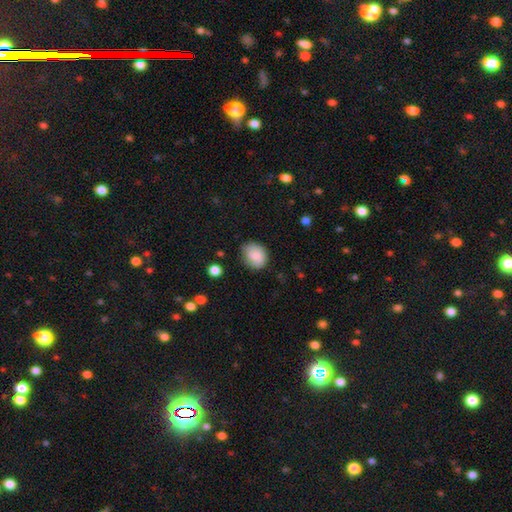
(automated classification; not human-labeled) Smooth or featured? smooth (84%)
How rounded? round (57%)
Merging? none (71%)